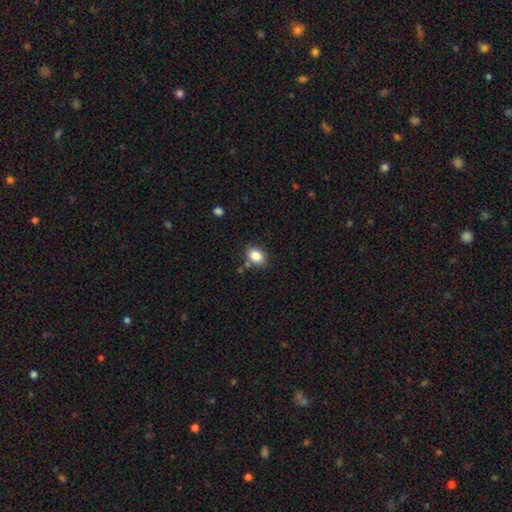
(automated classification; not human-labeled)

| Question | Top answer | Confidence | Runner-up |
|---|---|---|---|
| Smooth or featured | smooth | 85% | star or artifact (9%) |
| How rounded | in between | 65% | round (34%) |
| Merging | none | 79% | minor disturbance (13%) |